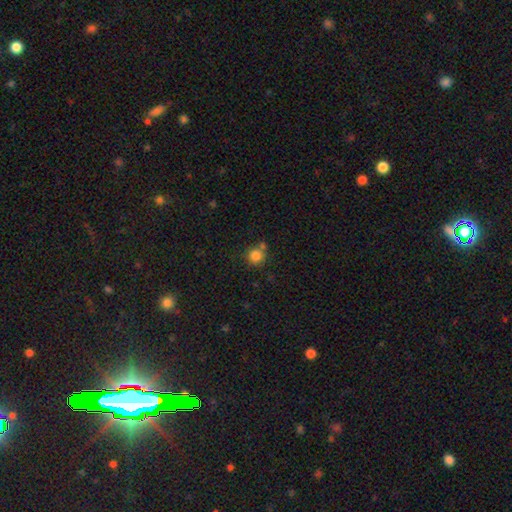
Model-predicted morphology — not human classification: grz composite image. It shows a smooth galaxy with no disk features (83%) that is round (91%). Merging: none (65%).